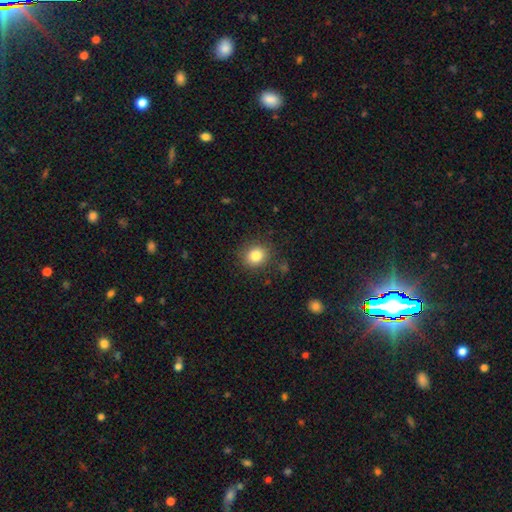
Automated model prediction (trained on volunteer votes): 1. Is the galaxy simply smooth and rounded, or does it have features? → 83% smooth, 10% star or artifact, 7% featured or disk.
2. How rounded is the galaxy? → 76% round, 24% in between, 1% cigar-shaped.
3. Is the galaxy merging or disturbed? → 86% none, 9% minor disturbance, 3% major disturbance, 1% merger.